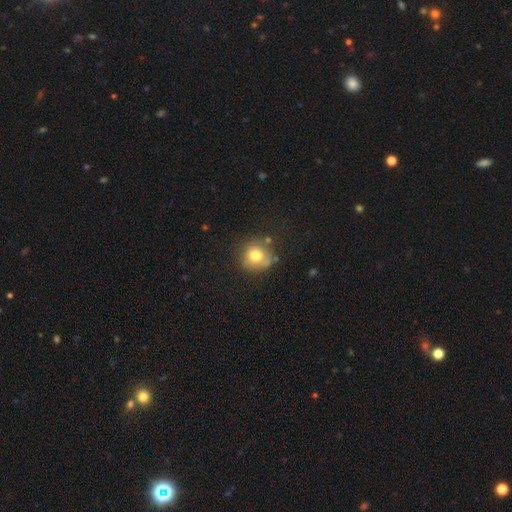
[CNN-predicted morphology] Smooth or featured? Predicted: smooth (p=0.76). How rounded? Predicted: round (p=0.85). Merging? Predicted: none (p=0.65).